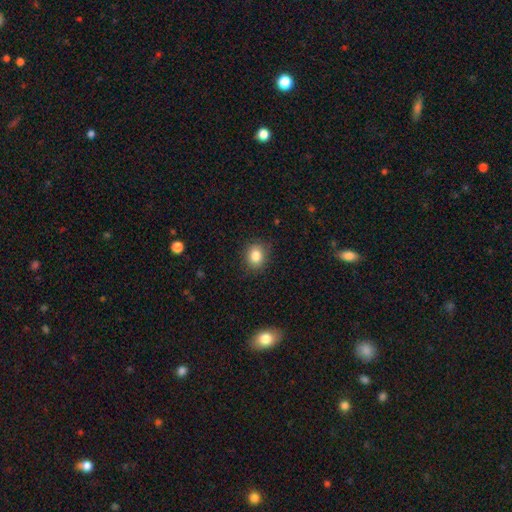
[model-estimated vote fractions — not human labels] Smooth or featured: smooth — 84% (star or artifact — 10%)
How rounded: round — 61% (in between — 38%)
Merging: none — 84% (minor disturbance — 12%)